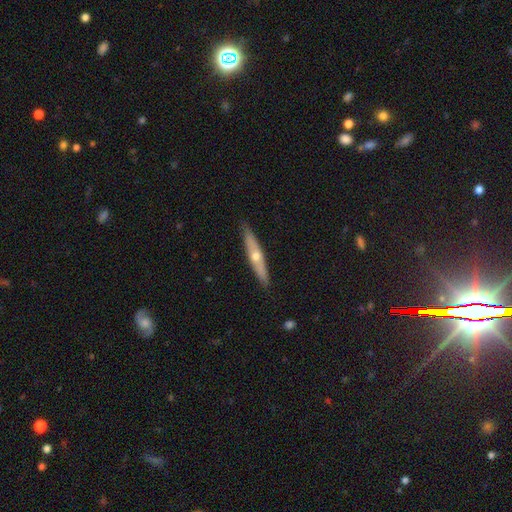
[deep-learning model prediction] Q: Smooth or featured?
A: featured or disk (62%); runner-up: smooth (31%)
Q: Edge-on disk?
A: yes (92%); runner-up: no (8%)
Q: Edge-on bulge?
A: rounded (86%); runner-up: none (12%)
Q: Merging?
A: none (90%); runner-up: minor disturbance (8%)